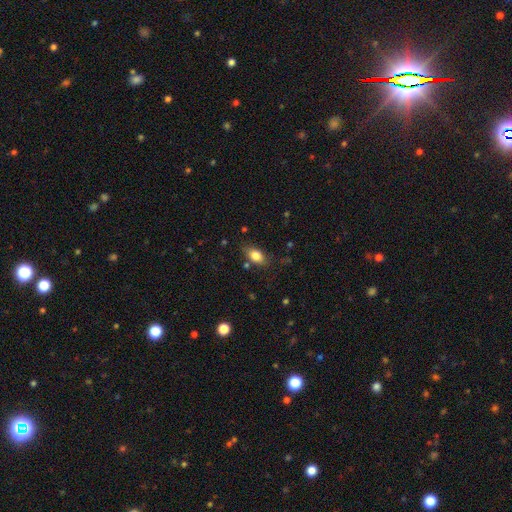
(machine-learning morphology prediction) Smooth or featured: smooth — 81% (featured or disk — 10%)
How rounded: in between — 83% (round — 14%)
Merging: none — 76% (minor disturbance — 17%)